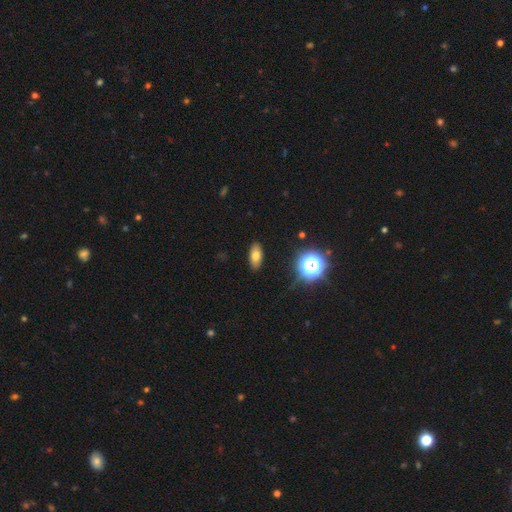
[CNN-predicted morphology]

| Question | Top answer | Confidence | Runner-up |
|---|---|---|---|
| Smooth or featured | smooth | 73% | star or artifact (14%) |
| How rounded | in between | 84% | cigar-shaped (9%) |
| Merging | none | 88% | minor disturbance (9%) |